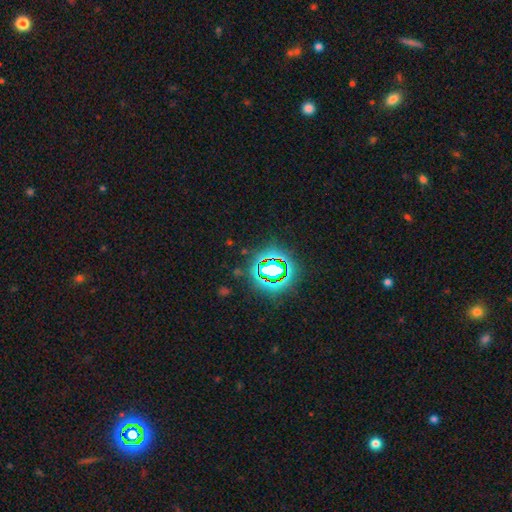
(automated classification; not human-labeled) Smooth or featured? star or artifact (81%)